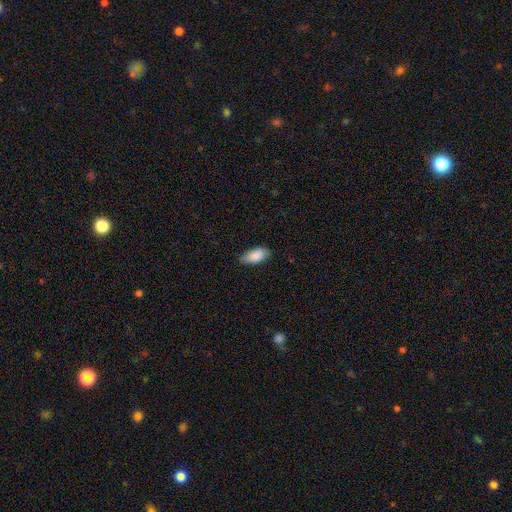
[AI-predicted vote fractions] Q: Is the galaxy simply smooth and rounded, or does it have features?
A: smooth — 87%.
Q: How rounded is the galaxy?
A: in between — 91%.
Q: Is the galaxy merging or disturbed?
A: none — 73%.